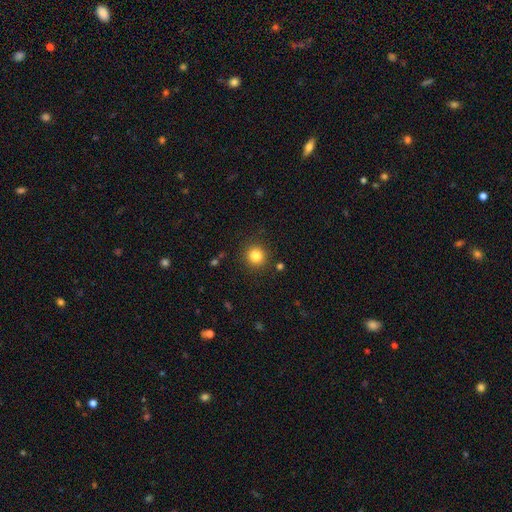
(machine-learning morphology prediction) smooth 83%, star or artifact 12%, featured or disk 5%. Down the decision tree: how rounded — round (93%); merging — none (90%).